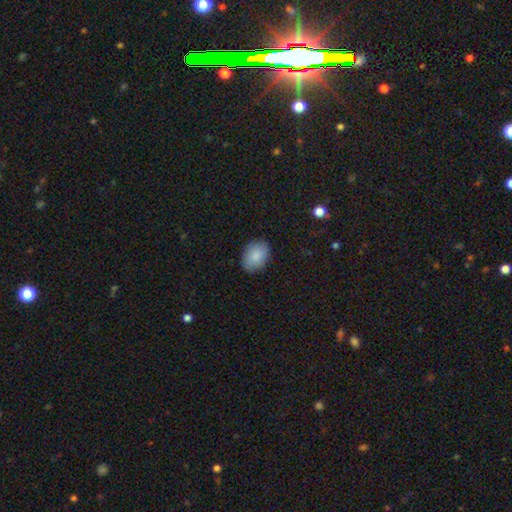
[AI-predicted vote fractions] Smooth or featured? Predicted: smooth (p=0.88). How rounded? Predicted: in between (p=0.78). Merging? Predicted: none (p=0.85).